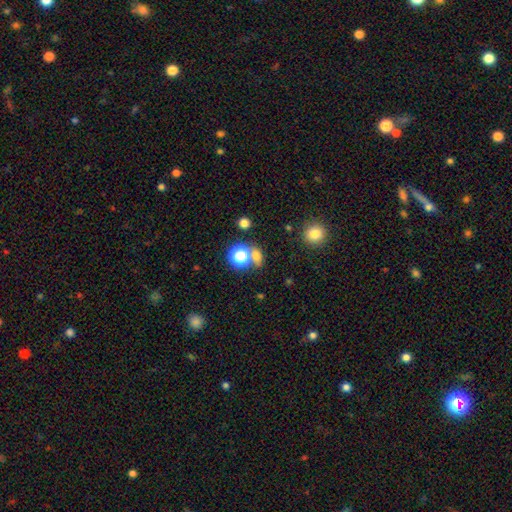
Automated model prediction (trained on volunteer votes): Overall: smooth (67%). How rounded: round (53%; in between 44%). Merging: none (59%; merger 26%).